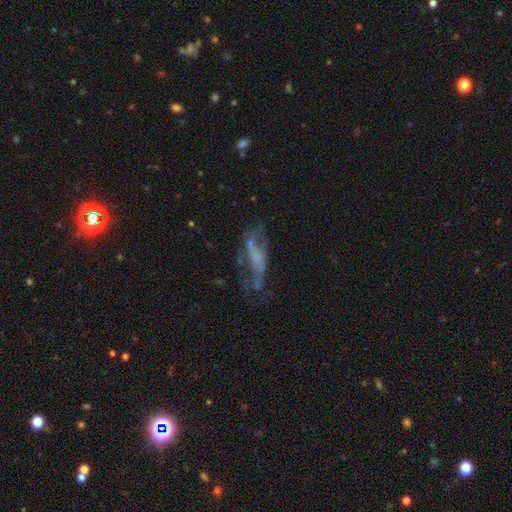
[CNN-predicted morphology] smooth_or_featured: featured or disk (p=0.60) [alt: smooth p=0.25]
disk_edge_on: no (p=0.80) [alt: yes p=0.20]
merging: none (p=0.41) [alt: major disturbance p=0.32]